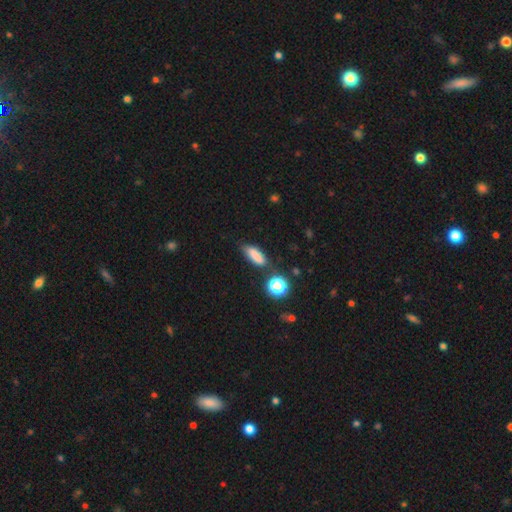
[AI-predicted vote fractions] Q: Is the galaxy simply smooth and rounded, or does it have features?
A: smooth — 79%.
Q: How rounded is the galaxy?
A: in between — 57%.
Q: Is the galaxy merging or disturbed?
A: none — 71%.